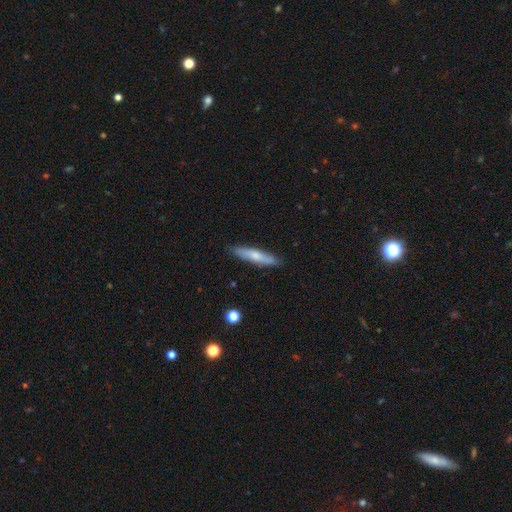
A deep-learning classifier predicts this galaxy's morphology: Smooth or featured?
  - smooth: 62% *
  - featured or disk: 32%
  - star or artifact: 6%
How rounded?
  - cigar-shaped: 86% *
  - in between: 12%
  - round: 2%
Merging?
  - none: 87% *
  - minor disturbance: 10%
  - major disturbance: 2%
  - merger: 1%